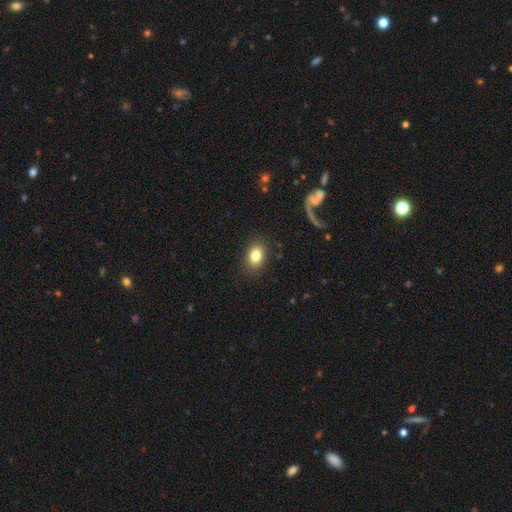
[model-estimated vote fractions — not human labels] Q: Smooth or featured?
A: smooth (82%); runner-up: featured or disk (9%)
Q: How rounded?
A: in between (76%); runner-up: round (23%)
Q: Merging?
A: none (87%); runner-up: minor disturbance (9%)